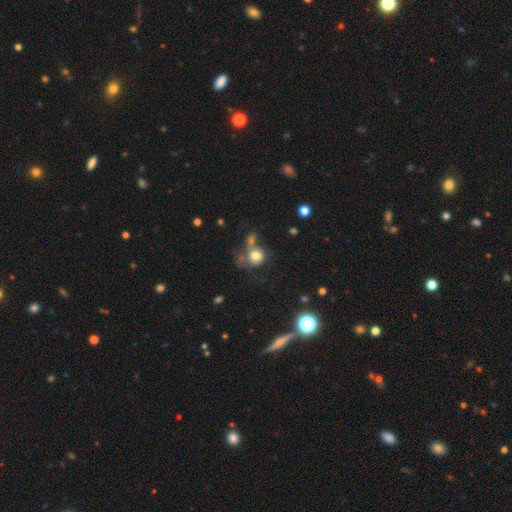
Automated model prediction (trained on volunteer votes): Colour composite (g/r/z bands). It shows a smooth galaxy with no disk features (71%) that is round (74%). Merging: merger (34%).